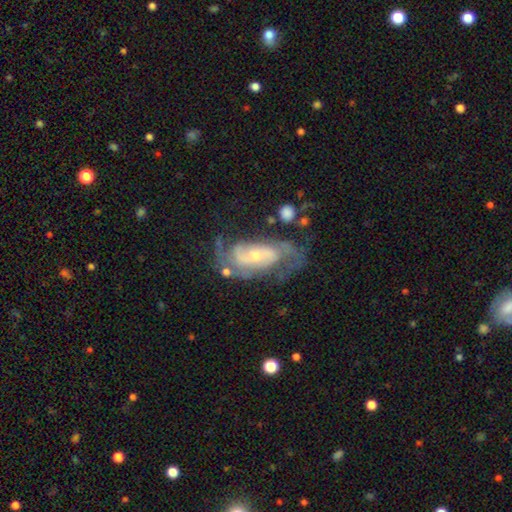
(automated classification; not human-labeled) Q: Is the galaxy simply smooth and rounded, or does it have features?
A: featured or disk — 82%.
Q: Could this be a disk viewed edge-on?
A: no — 94%.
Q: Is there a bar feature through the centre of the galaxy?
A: no — 60%.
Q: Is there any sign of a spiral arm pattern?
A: yes — 91%.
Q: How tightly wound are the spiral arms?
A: tight — 44%.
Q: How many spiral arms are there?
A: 2 — 54%.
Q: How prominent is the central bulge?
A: small — 65%.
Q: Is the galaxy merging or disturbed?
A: none — 54%.